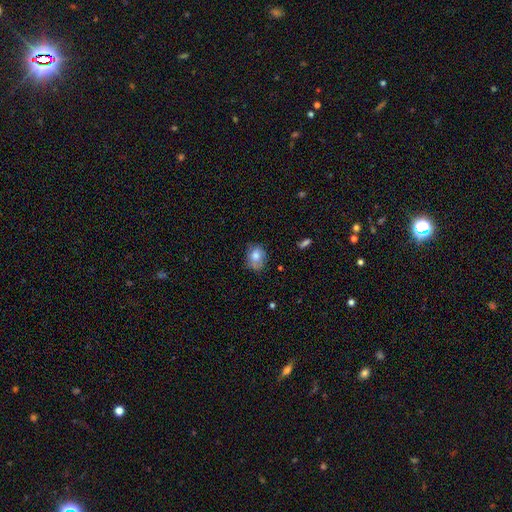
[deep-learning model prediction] Smooth or featured? smooth (73%)
How rounded? in between (51%)
Merging? none (66%)